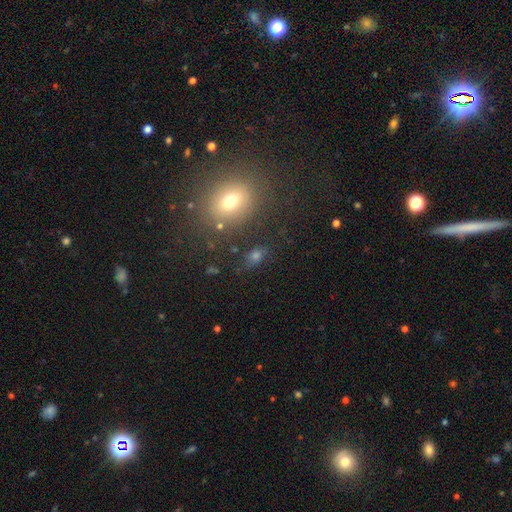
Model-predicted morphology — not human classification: Smooth or featured? smooth (58%)
How rounded? in between (67%)
Merging? none (73%)